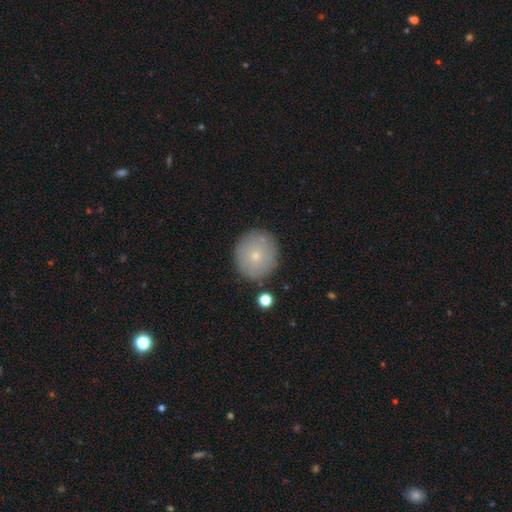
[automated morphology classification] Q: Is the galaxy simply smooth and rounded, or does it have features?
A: smooth — 71%.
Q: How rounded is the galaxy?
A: round — 89%.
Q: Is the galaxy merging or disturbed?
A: none — 84%.